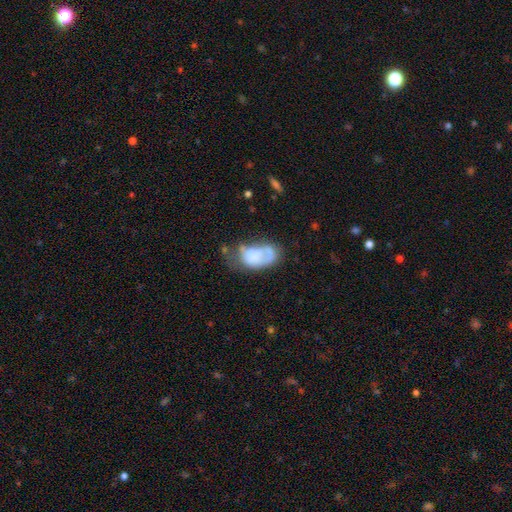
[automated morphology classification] Overall: smooth (58%; featured or disk 34%). How rounded: in between (90%). Merging: major disturbance (32%; minor disturbance 27%).